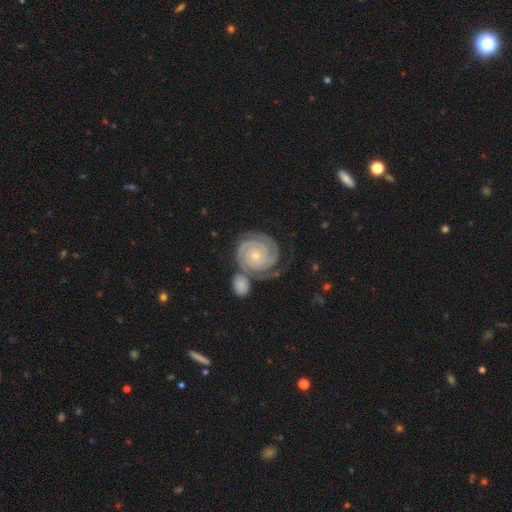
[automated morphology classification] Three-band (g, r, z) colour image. It shows a featured or disk galaxy (90%) with no bar (81%), 2 (53%) tight (86%) spiral arms (98%) and a small central bulge (74%). Merging: none (63%).